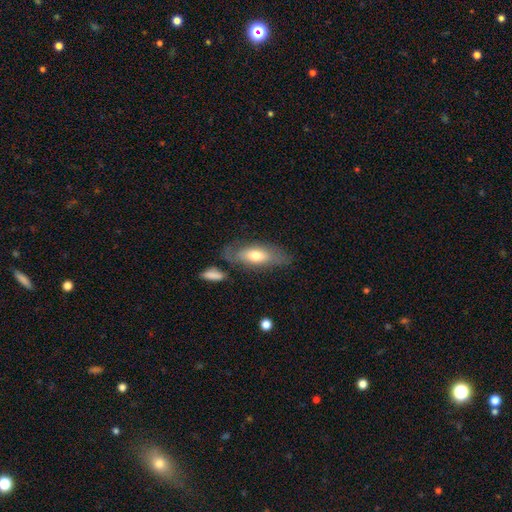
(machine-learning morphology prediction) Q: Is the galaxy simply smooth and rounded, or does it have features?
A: smooth — 63%.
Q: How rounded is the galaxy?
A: in between — 75%.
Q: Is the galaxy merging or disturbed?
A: none — 66%.